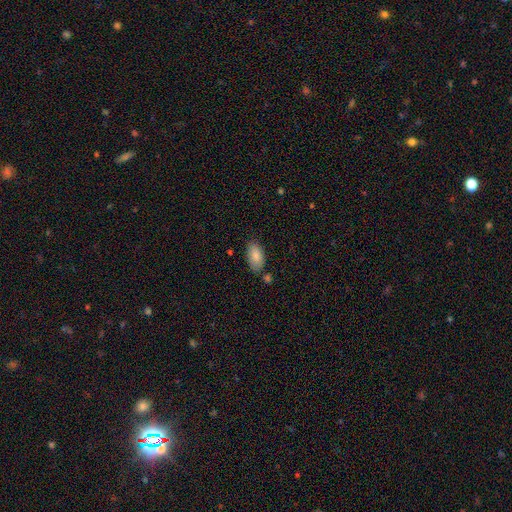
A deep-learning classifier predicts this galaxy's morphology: smooth_or_featured: smooth (p=0.84) [alt: featured or disk p=0.10]
how_rounded: in between (p=0.94) [alt: cigar-shaped p=0.04]
merging: none (p=0.75) [alt: minor disturbance p=0.16]